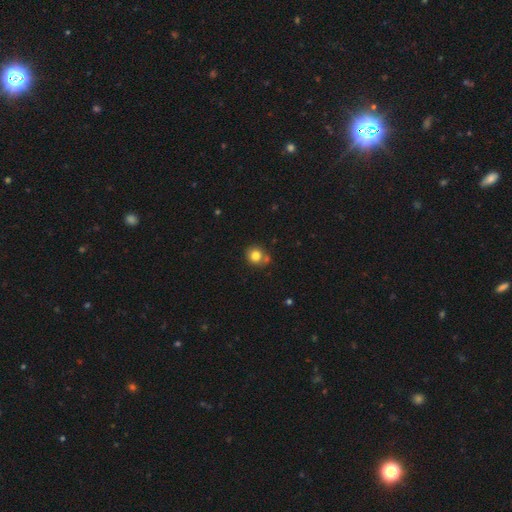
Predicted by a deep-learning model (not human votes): Q: Smooth or featured?
A: smooth (81%); runner-up: star or artifact (12%)
Q: How rounded?
A: round (86%); runner-up: in between (13%)
Q: Merging?
A: none (69%); runner-up: merger (15%)